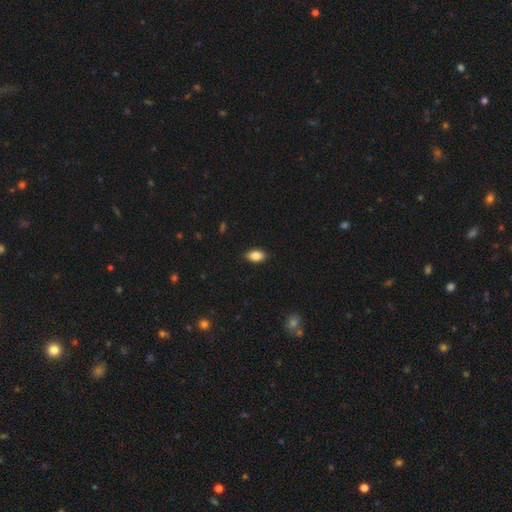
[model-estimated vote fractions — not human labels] A smooth galaxy with no disk features (85%) that is in between round and cigar-shaped (89%).

Vote fractions:
- Smooth or featured? smooth: 85% / star or artifact: 8% / featured or disk: 8%
- How rounded? in between: 89% / round: 8% / cigar-shaped: 3%
- Merging? none: 87% / minor disturbance: 10% / major disturbance: 2% / merger: 1%